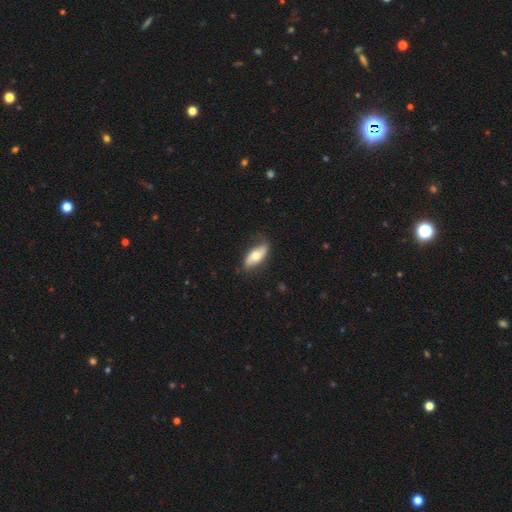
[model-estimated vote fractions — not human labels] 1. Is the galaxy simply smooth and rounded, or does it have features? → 50% smooth, 44% featured or disk, 6% star or artifact.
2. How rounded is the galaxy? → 80% in between, 16% cigar-shaped, 4% round.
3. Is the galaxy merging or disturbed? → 74% none, 20% minor disturbance, 4% major disturbance, 1% merger.